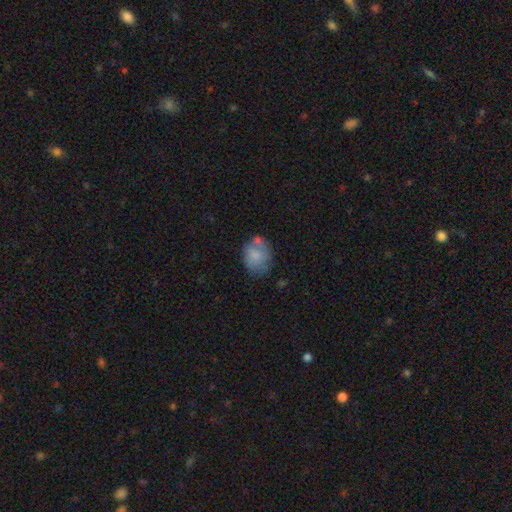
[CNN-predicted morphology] Smooth or featured?
  - smooth: 68% *
  - featured or disk: 24%
  - star or artifact: 8%
How rounded?
  - in between: 54% *
  - round: 45%
  - cigar-shaped: 1%
Merging?
  - none: 47% *
  - minor disturbance: 28%
  - major disturbance: 13%
  - merger: 13%